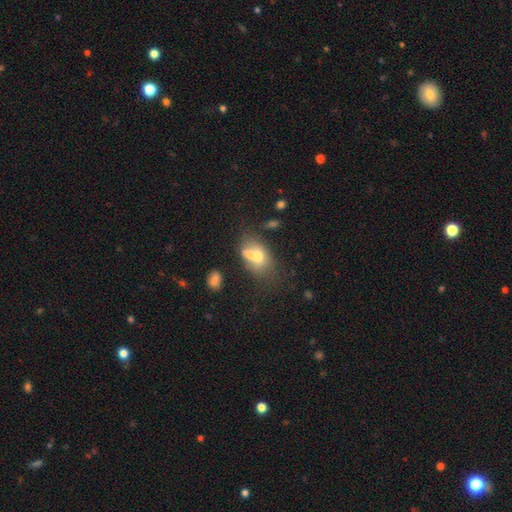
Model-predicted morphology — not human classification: Smooth or featured? Predicted: smooth (p=0.62). How rounded? Predicted: in between (p=0.73). Merging? Predicted: merger (p=0.51).